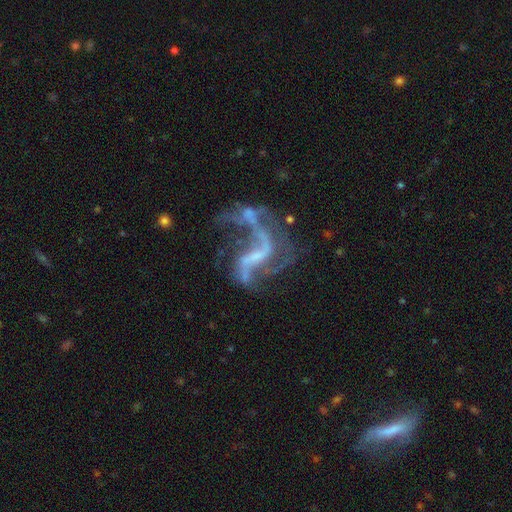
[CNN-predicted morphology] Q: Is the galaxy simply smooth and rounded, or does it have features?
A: featured or disk — 86%.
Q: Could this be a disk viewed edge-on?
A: no — 97%.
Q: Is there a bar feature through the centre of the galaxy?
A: weak — 40%.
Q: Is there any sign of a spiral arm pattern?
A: yes — 88%.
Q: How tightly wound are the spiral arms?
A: loose — 76%.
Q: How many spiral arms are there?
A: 2 — 56%.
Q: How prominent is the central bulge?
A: small — 43%.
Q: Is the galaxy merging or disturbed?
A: major disturbance — 38%.